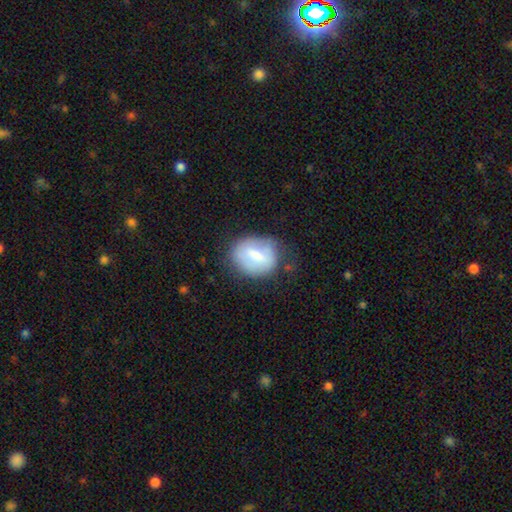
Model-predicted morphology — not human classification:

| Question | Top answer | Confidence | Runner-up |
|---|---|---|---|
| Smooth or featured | smooth | 61% | featured or disk (32%) |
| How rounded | in between | 57% | round (42%) |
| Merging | none | 62% | minor disturbance (26%) |